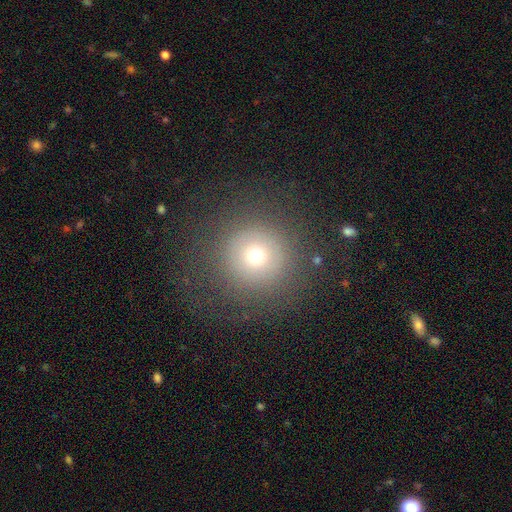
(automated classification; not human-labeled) Overall: smooth (67%). How rounded: round (96%). Merging: none (83%).